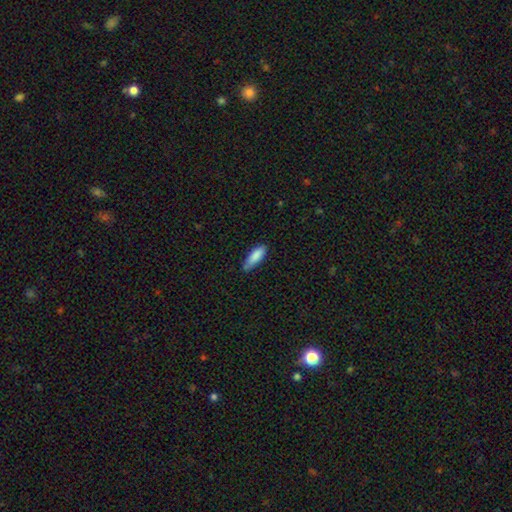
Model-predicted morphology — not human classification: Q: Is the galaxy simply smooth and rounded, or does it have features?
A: smooth — 86%.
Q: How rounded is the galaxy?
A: in between — 53%.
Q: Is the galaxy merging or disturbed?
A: none — 67%.